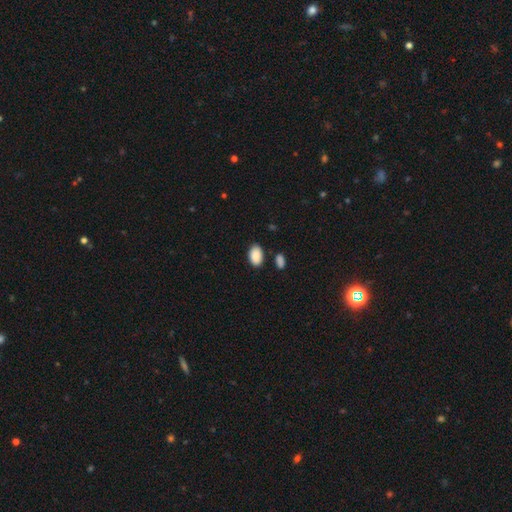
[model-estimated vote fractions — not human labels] A smooth galaxy with no disk features (89%) that is in between round and cigar-shaped (91%). Merging: none (81%).